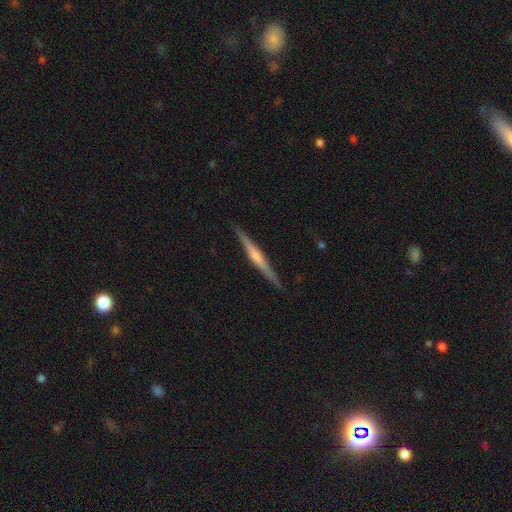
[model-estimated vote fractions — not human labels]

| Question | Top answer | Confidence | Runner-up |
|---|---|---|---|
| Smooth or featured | featured or disk | 77% | smooth (16%) |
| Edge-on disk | yes | 98% | no (2%) |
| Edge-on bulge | rounded | 76% | none (13%) |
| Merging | none | 90% | minor disturbance (7%) |